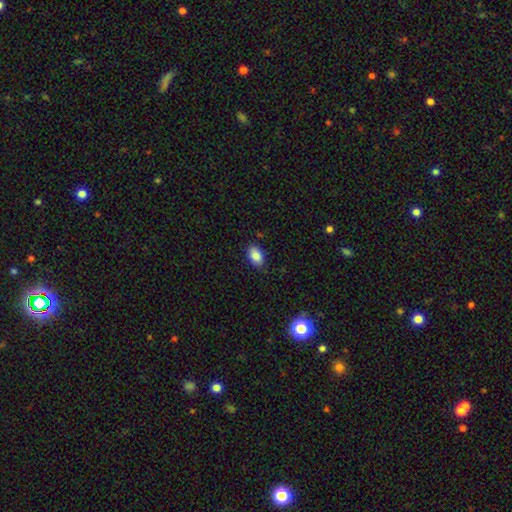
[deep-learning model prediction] Smooth or featured?
  - smooth: 87% *
  - star or artifact: 8%
  - featured or disk: 6%
How rounded?
  - in between: 92% *
  - round: 7%
  - cigar-shaped: 2%
Merging?
  - none: 85% *
  - minor disturbance: 12%
  - major disturbance: 2%
  - merger: 1%